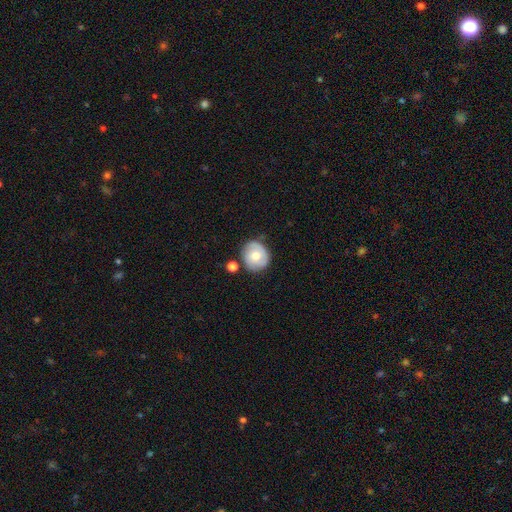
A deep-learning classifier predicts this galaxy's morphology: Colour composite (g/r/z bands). It shows a smooth galaxy with no disk features (60%) that is round (82%). Merging: none (67%).